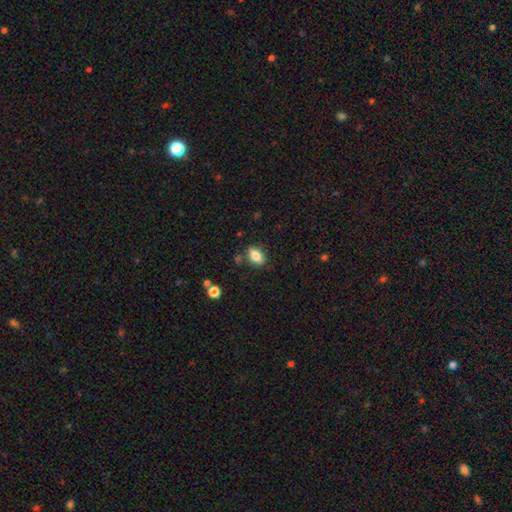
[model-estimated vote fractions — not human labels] Overall: smooth (82%). How rounded: in between (87%). Merging: none (78%).